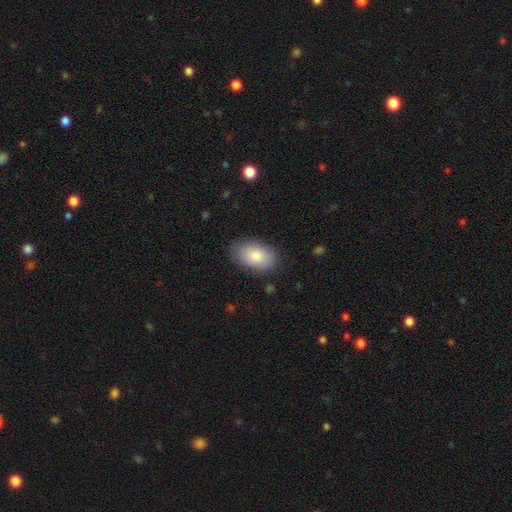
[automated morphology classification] smooth 83%, featured or disk 10%, star or artifact 7%. Down the decision tree: how rounded — in between (90%); merging — none (81%).